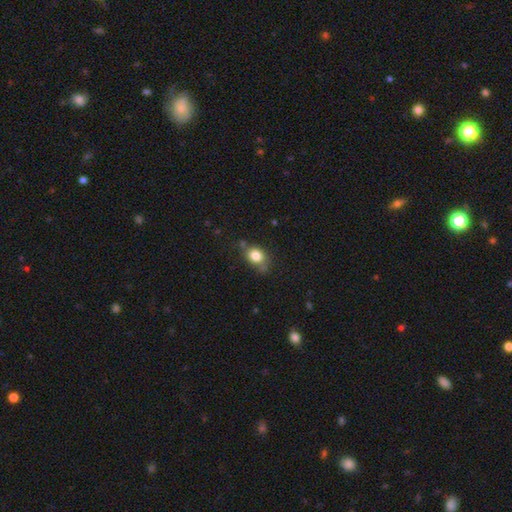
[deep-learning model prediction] smooth_or_featured: smooth (p=0.82) [alt: star or artifact p=0.10]
how_rounded: in between (p=0.52) [alt: round p=0.47]
merging: none (p=0.64) [alt: minor disturbance p=0.23]